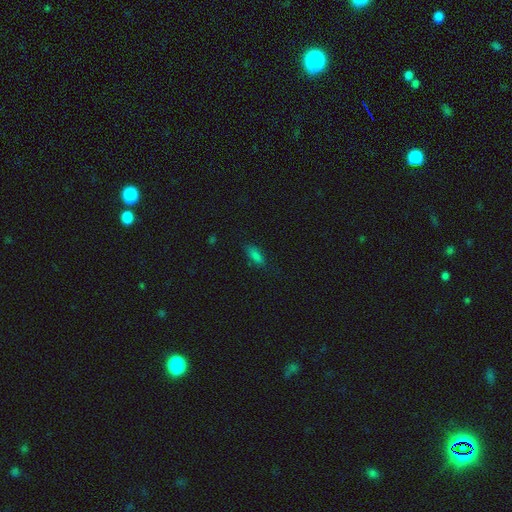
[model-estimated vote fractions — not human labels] smooth-or-featured: smooth: 81% | star or artifact: 13% | featured or disk: 6%
  how-rounded: in between: 70% | cigar-shaped: 27% | round: 3%
  merging: none: 80% | minor disturbance: 15% | major disturbance: 3% | merger: 2%